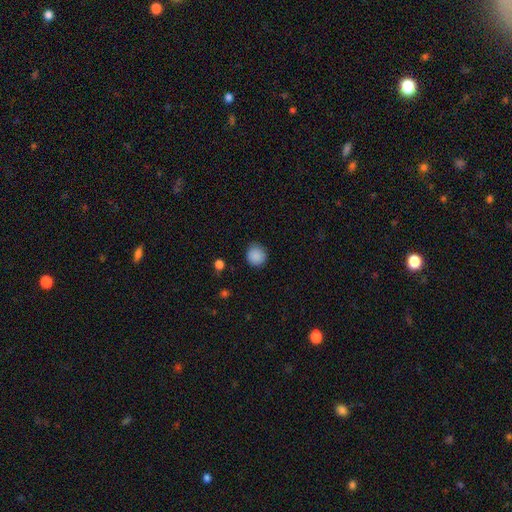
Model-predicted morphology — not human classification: Q: Smooth or featured?
A: smooth (88%); runner-up: star or artifact (9%)
Q: How rounded?
A: round (88%); runner-up: in between (11%)
Q: Merging?
A: none (85%); runner-up: minor disturbance (11%)